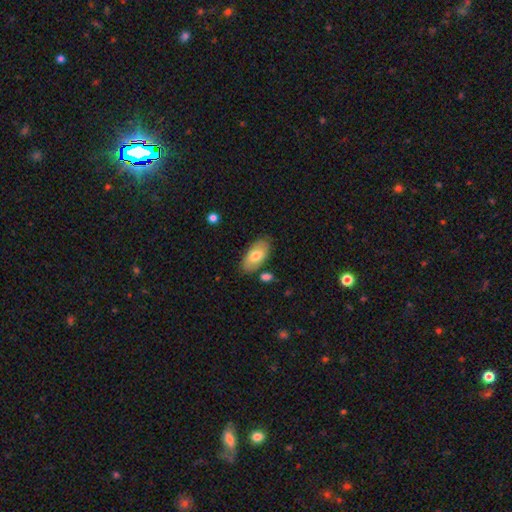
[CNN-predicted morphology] A smooth galaxy with no disk features (71%) that is in between round and cigar-shaped (94%). Merging: none (79%).